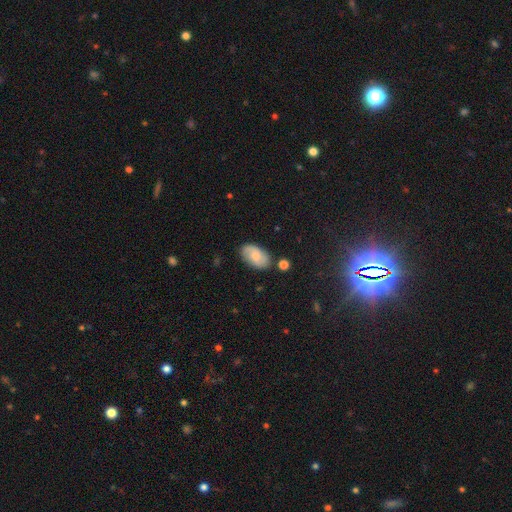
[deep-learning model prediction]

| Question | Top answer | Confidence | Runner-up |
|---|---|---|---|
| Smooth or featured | smooth | 55% | featured or disk (37%) |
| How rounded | in between | 92% | round (6%) |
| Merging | none | 77% | minor disturbance (15%) |